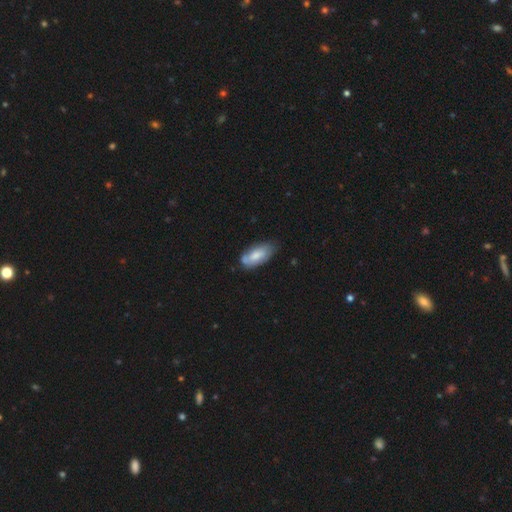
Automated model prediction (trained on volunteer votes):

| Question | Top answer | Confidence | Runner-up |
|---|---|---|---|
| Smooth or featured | smooth | 69% | featured or disk (25%) |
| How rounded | in between | 88% | cigar-shaped (10%) |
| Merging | none | 59% | minor disturbance (30%) |